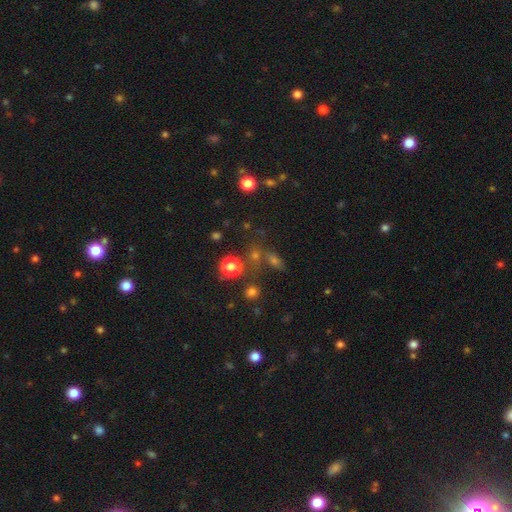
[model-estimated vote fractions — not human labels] This appears to be a smooth galaxy with no disk features (50%). Merging: none (65%).